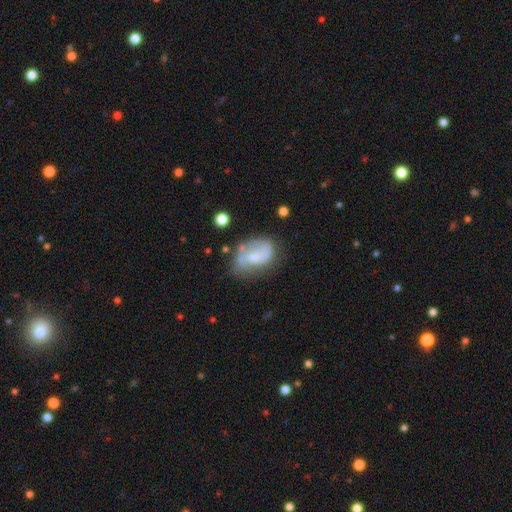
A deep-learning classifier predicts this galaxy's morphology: smooth-or-featured: featured or disk: 52% | smooth: 39% | star or artifact: 8%
  disk-edge-on: no: 96% | yes: 4%
    bar: no: 58% | weak: 34% | strong: 8%
    has-spiral-arms: yes: 64% | no: 36%
    bulge-size: small: 42% | moderate: 33% | none: 19% | large: 4% | dominant: 1%
  merging: none: 46% | minor disturbance: 29% | major disturbance: 20% | merger: 5%